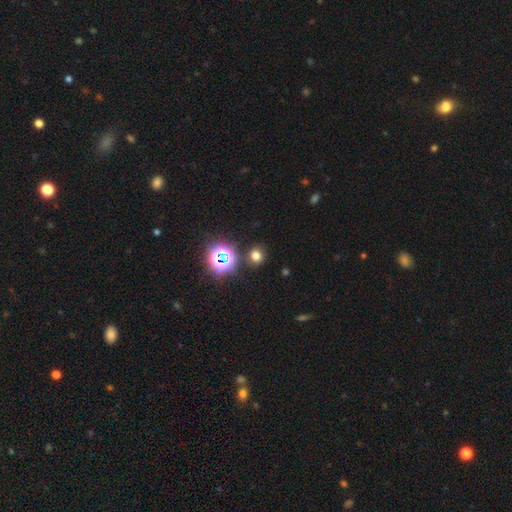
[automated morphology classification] Smooth or featured?
  - smooth: 67% *
  - star or artifact: 26%
  - featured or disk: 6%
How rounded?
  - round: 78% *
  - in between: 21%
  - cigar-shaped: 1%
Merging?
  - none: 85% *
  - minor disturbance: 8%
  - merger: 4%
  - major disturbance: 3%